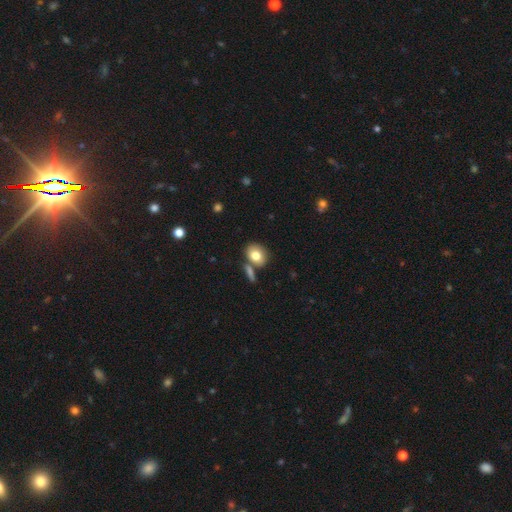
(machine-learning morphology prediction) Smooth or featured: smooth — 78% (featured or disk — 14%)
How rounded: in between — 55% (round — 44%)
Merging: none — 63% (merger — 20%)